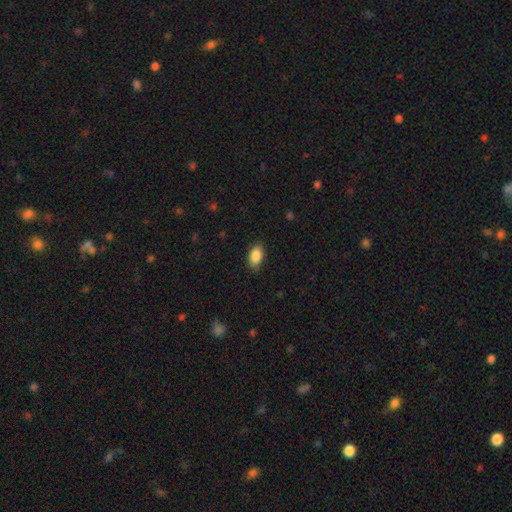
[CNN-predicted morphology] Smooth or featured: smooth — 87% (star or artifact — 7%)
How rounded: in between — 90% (round — 7%)
Merging: none — 80% (minor disturbance — 16%)